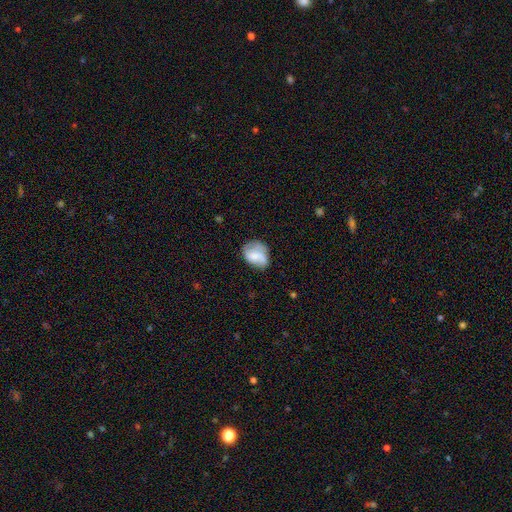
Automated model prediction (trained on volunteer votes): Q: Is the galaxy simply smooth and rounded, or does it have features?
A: smooth — 52%.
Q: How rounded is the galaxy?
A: in between — 60%.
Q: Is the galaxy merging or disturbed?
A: none — 54%.